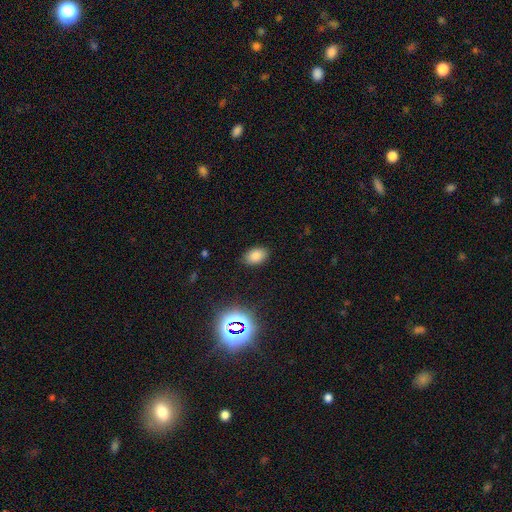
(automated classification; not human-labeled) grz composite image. It shows a smooth galaxy with no disk features (81%) that is in between round and cigar-shaped (87%). Merging: none (86%).